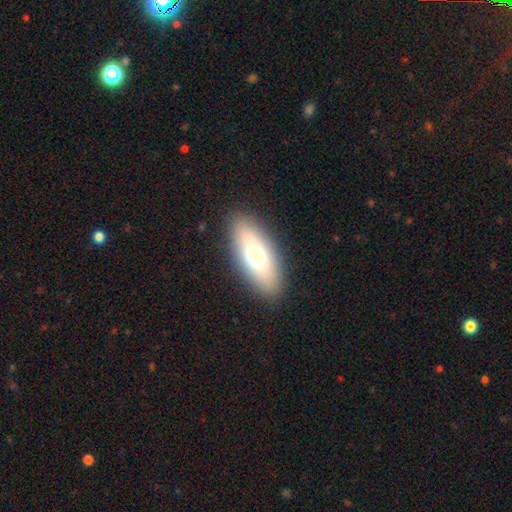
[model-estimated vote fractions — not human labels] Smooth or featured? smooth (65%)
How rounded? in between (80%)
Merging? none (88%)